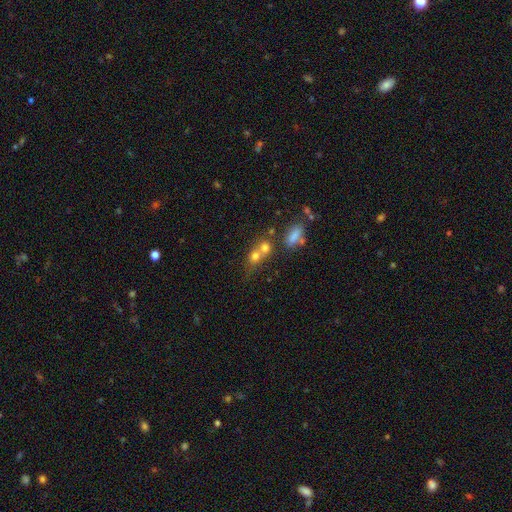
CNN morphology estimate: Overall: smooth (69%). How rounded: round (64%; in between 33%). Merging: merger (61%; none 28%).